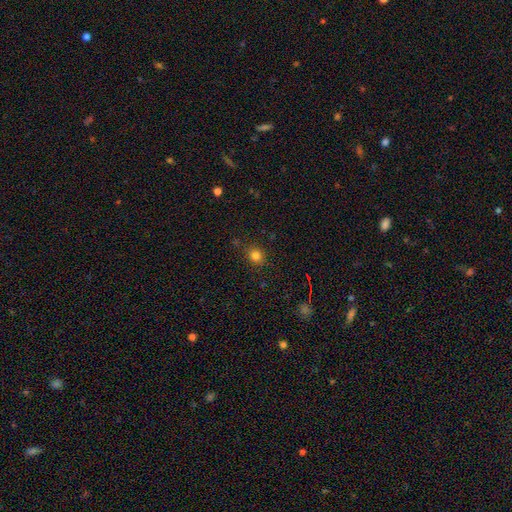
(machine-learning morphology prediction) Smooth or featured? smooth (80%)
How rounded? round (81%)
Merging? none (86%)